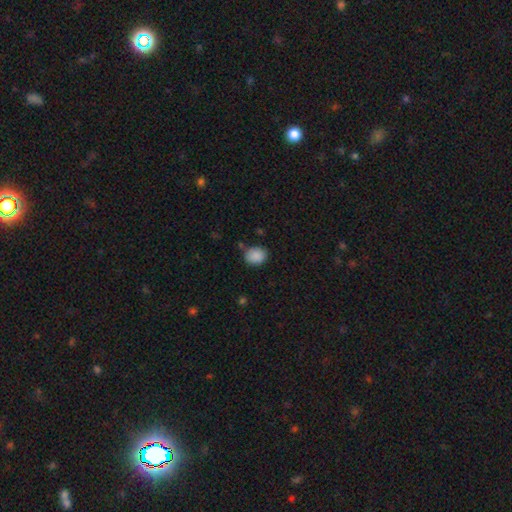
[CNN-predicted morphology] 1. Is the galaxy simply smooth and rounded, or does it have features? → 88% smooth, 8% star or artifact, 3% featured or disk.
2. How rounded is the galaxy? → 61% round, 38% in between, 1% cigar-shaped.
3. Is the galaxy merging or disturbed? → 76% none, 16% minor disturbance, 4% merger, 4% major disturbance.